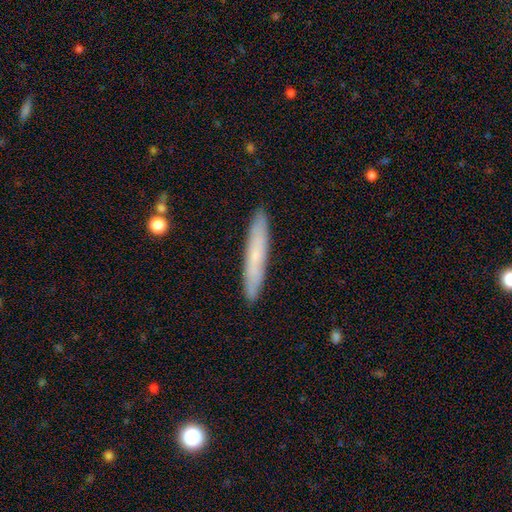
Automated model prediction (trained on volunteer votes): Smooth or featured: smooth — 59% (featured or disk — 34%)
How rounded: cigar-shaped — 94% (in between — 5%)
Merging: none — 90% (minor disturbance — 8%)